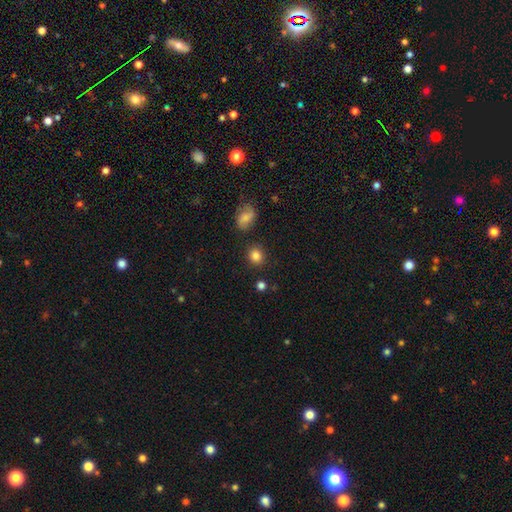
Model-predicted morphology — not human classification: Q: Smooth or featured?
A: smooth (85%); runner-up: star or artifact (10%)
Q: How rounded?
A: round (81%); runner-up: in between (18%)
Q: Merging?
A: none (85%); runner-up: minor disturbance (9%)